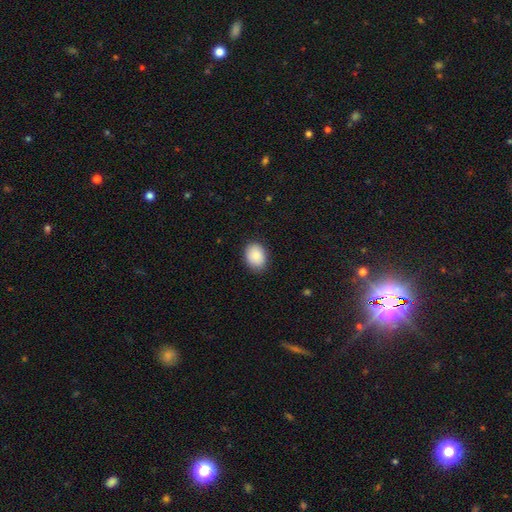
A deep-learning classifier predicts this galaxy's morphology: Q: Smooth or featured?
A: smooth (89%); runner-up: star or artifact (7%)
Q: How rounded?
A: in between (64%); runner-up: round (35%)
Q: Merging?
A: none (85%); runner-up: minor disturbance (12%)